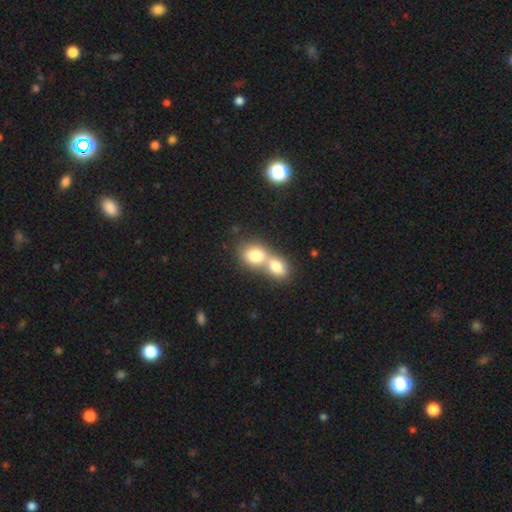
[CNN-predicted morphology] Smooth or featured: smooth — 77% (featured or disk — 14%)
How rounded: in between — 52% (round — 47%)
Merging: merger — 73% (none — 20%)